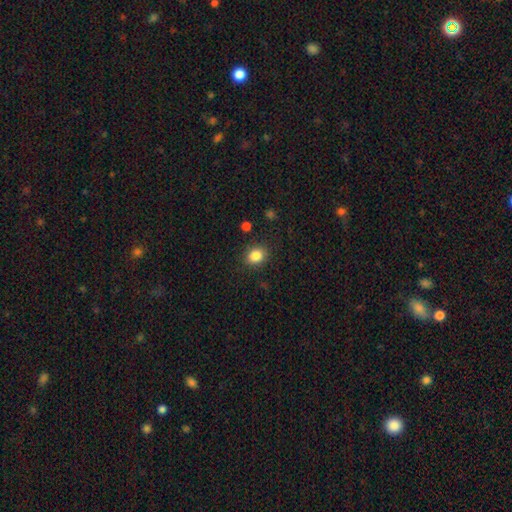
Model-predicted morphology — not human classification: Overall: smooth (85%). How rounded: round (62%; in between 37%). Merging: none (87%).